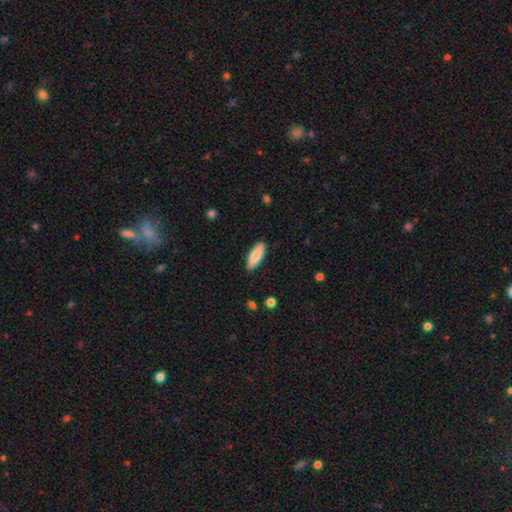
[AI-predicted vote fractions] This is clearly a smooth galaxy (86%). How rounded: likely in between (64%). Merging: clearly none (87%).